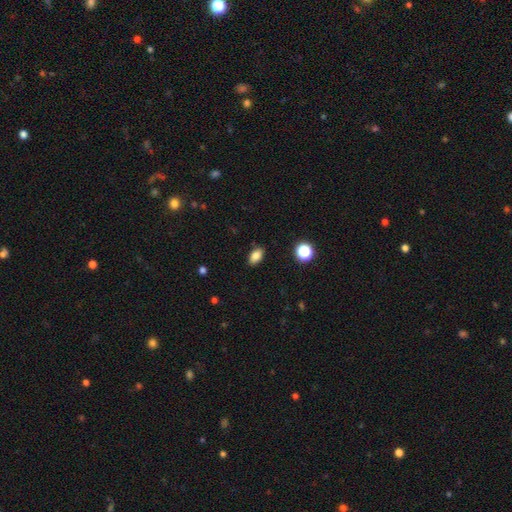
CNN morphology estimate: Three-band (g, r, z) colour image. It shows a smooth galaxy with no disk features (82%) that is in between round and cigar-shaped (88%). Merging: none (86%).